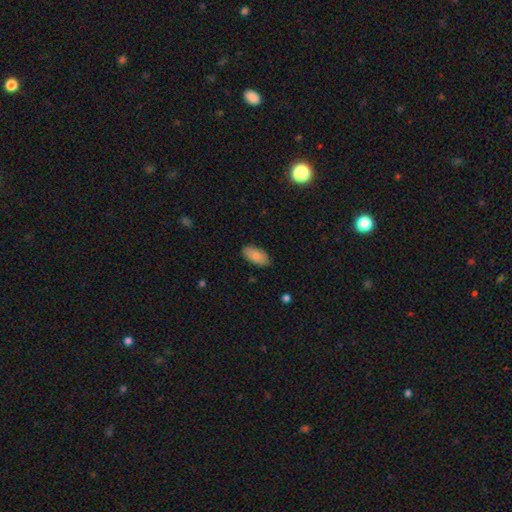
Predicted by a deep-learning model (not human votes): smooth-or-featured: smooth: 86% | featured or disk: 8% | star or artifact: 6%
  how-rounded: in between: 93% | cigar-shaped: 5% | round: 2%
  merging: none: 84% | minor disturbance: 13% | major disturbance: 2% | merger: 1%